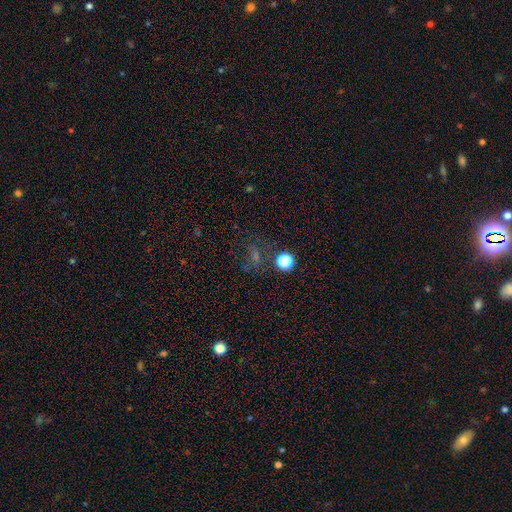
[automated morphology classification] Smooth or featured?
  - star or artifact: 45% *
  - smooth: 40%
  - featured or disk: 15%